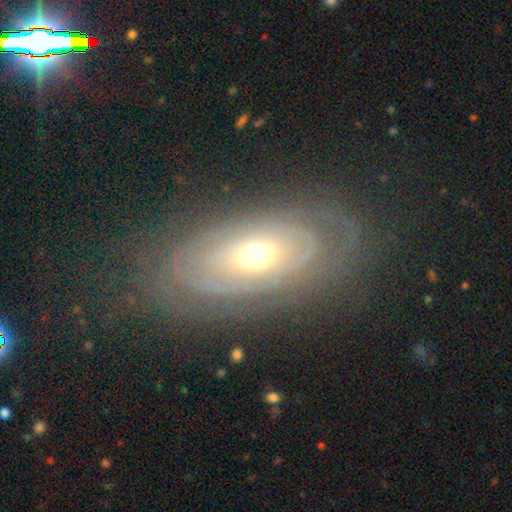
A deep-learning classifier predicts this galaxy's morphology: The model was most divided on "spiral arms": yes: 69%, no: 31%. More confident: edge-on disk — no (90%); bar — no (83%); smooth or featured — featured or disk (78%); merging — none (75%); bulge size — moderate (66%).